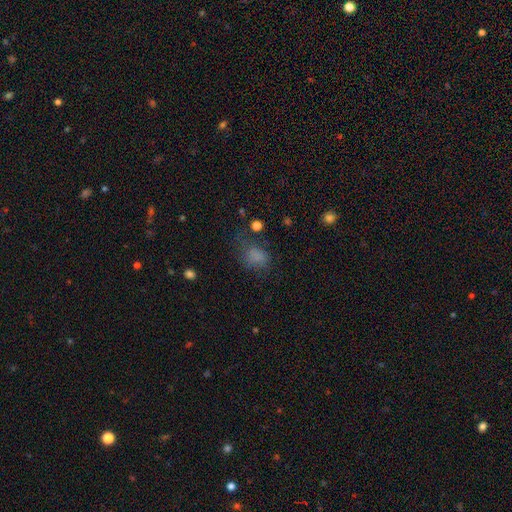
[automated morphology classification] This is likely a smooth galaxy (72%). How rounded: possibly in between (58%). Merging: marginally none (45%).